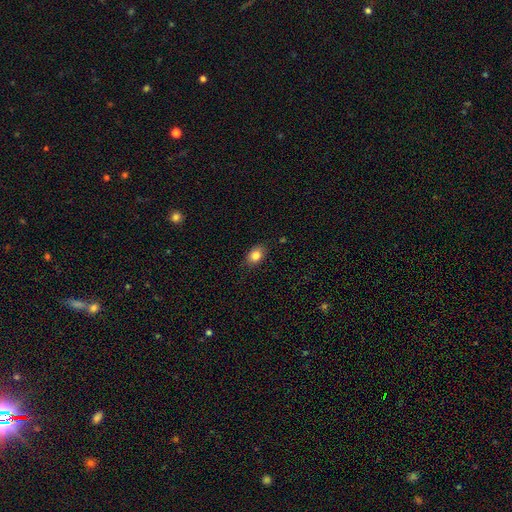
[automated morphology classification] type=smooth (82%); roundness=in between (75%); merging=none (83%).